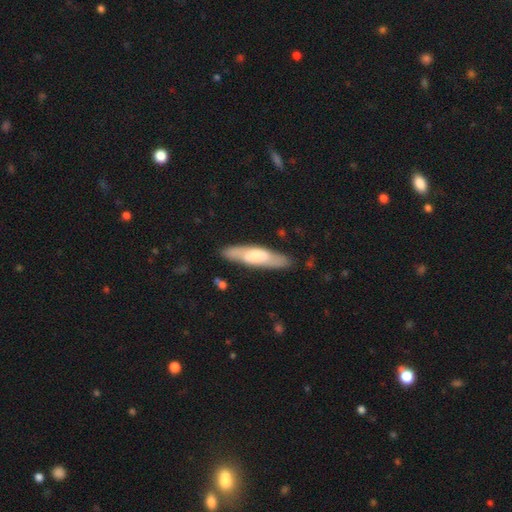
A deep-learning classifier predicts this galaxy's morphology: The model was most divided on "smooth or featured": smooth: 53%, featured or disk: 41%, star or artifact: 5%. More confident: merging — none (84%); how rounded — cigar-shaped (72%).